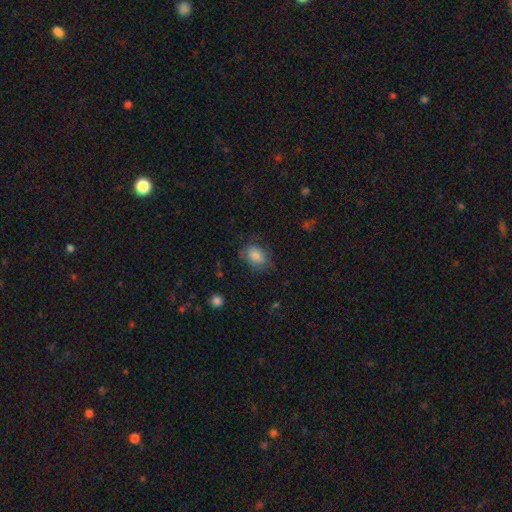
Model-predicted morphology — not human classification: A smooth galaxy with no disk features (78%) that is in between round and cigar-shaped (70%). Merging: none (66%).